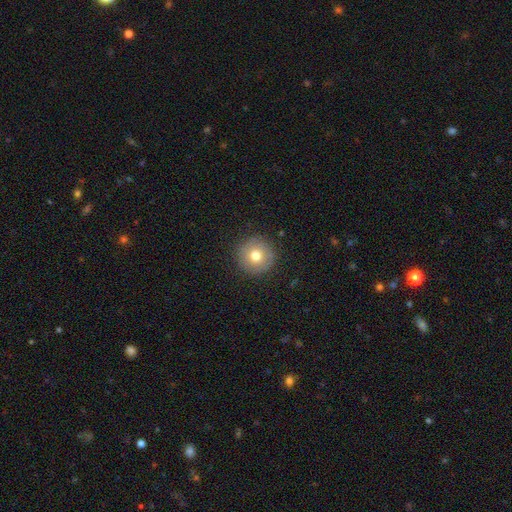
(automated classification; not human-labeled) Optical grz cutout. It shows a smooth galaxy with no disk features (73%) that is round (96%). Merging: none (90%).